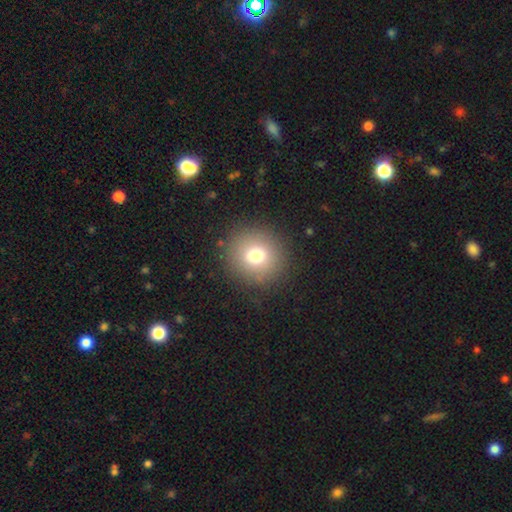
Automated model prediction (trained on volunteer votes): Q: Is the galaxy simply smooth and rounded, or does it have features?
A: smooth — 74%.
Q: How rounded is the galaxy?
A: round — 91%.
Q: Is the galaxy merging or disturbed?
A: none — 88%.